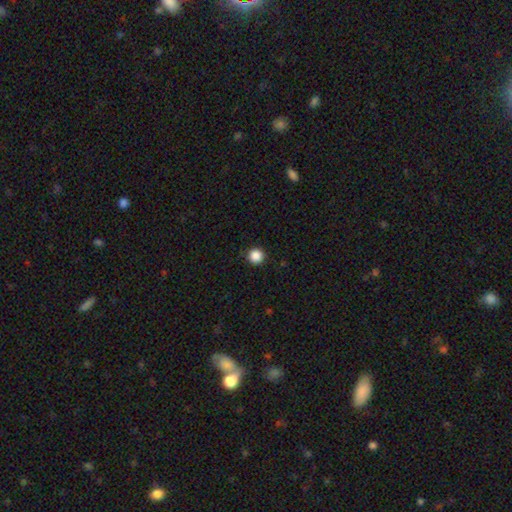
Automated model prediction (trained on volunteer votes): The model was most divided on "smooth or featured": smooth: 87%, star or artifact: 11%, featured or disk: 2%. More confident: how rounded — round (96%); merging — none (92%).